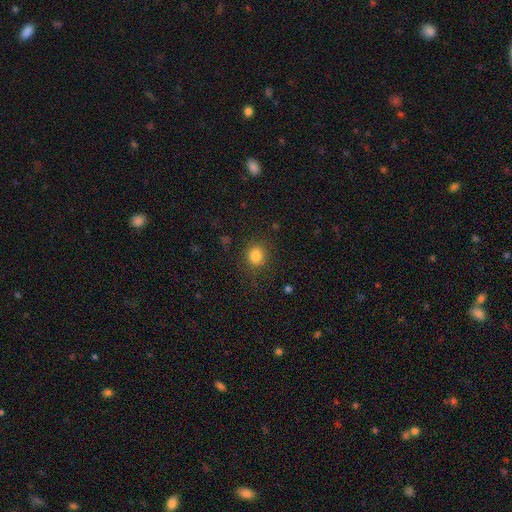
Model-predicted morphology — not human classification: Smooth or featured? Predicted: smooth (p=0.83). How rounded? Predicted: round (p=0.81). Merging? Predicted: none (p=0.85).